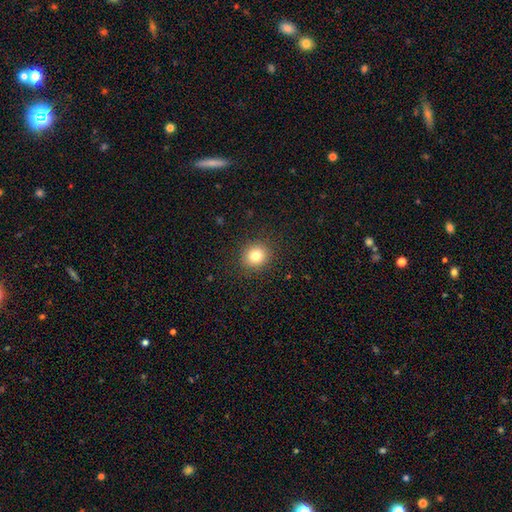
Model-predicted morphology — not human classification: Q: Smooth or featured?
A: smooth (80%); runner-up: star or artifact (12%)
Q: How rounded?
A: round (85%); runner-up: in between (14%)
Q: Merging?
A: none (90%); runner-up: minor disturbance (7%)